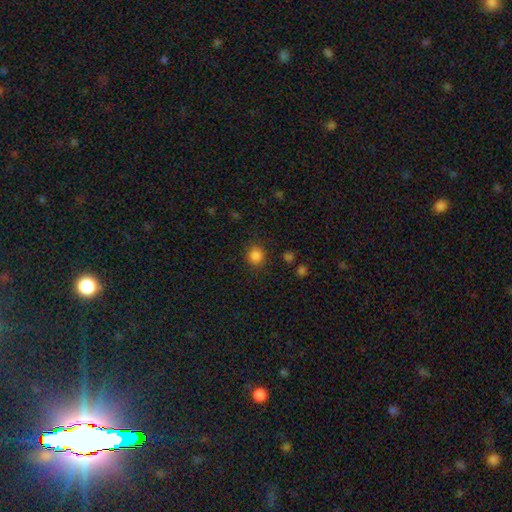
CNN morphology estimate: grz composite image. It shows a smooth galaxy with no disk features (84%) that is round (86%). Merging: none (84%).